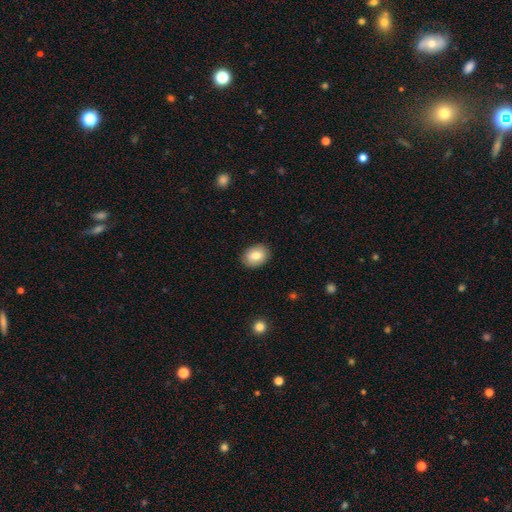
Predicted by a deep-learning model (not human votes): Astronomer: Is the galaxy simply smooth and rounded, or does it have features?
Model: smooth — 81%.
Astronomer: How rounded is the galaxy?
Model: in between — 64%.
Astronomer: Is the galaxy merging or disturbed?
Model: none — 87%.